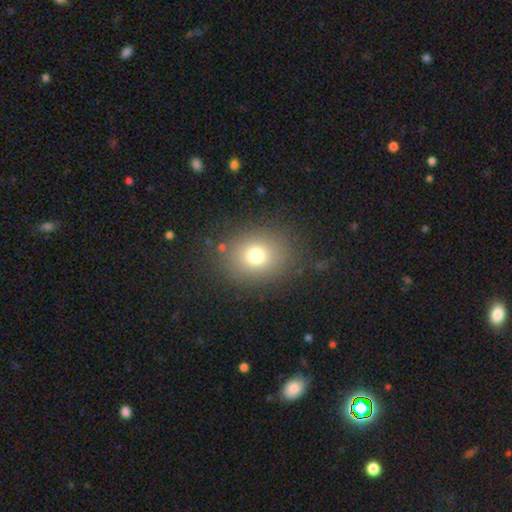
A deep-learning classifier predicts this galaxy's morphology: Smooth or featured? smooth (73%)
How rounded? round (60%)
Merging? none (82%)